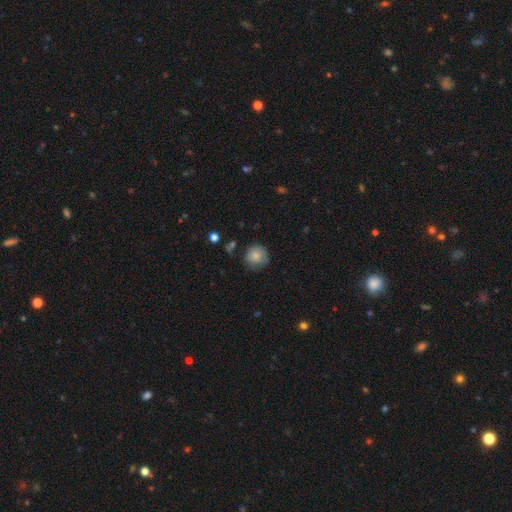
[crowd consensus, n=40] Smooth or featured? smooth (70%)
How rounded? round (96%)
Merging? none (63%)